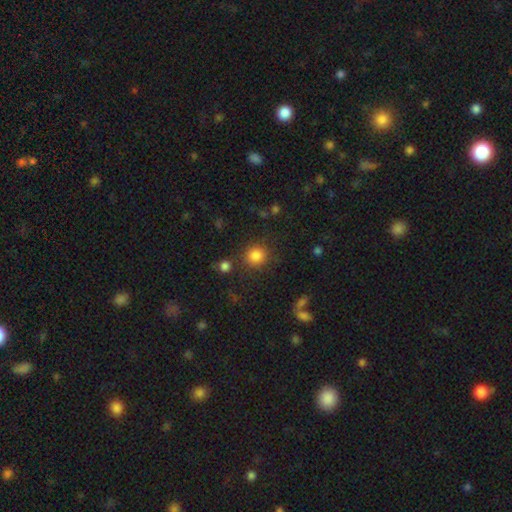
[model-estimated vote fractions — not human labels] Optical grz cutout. It shows a smooth galaxy with no disk features (84%) that is round (90%). Merging: none (81%).